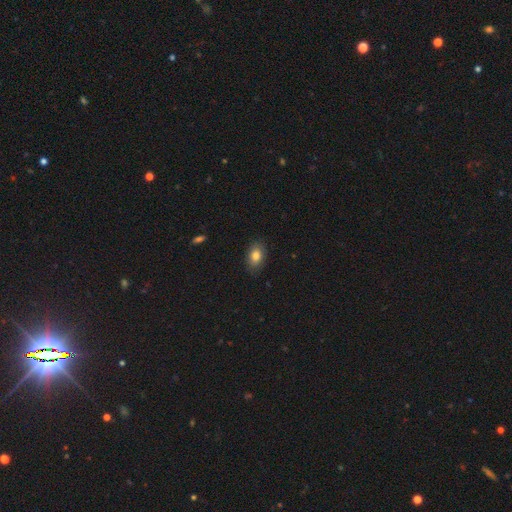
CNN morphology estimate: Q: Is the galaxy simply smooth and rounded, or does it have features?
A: smooth — 83%.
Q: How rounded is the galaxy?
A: in between — 85%.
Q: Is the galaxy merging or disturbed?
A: none — 85%.